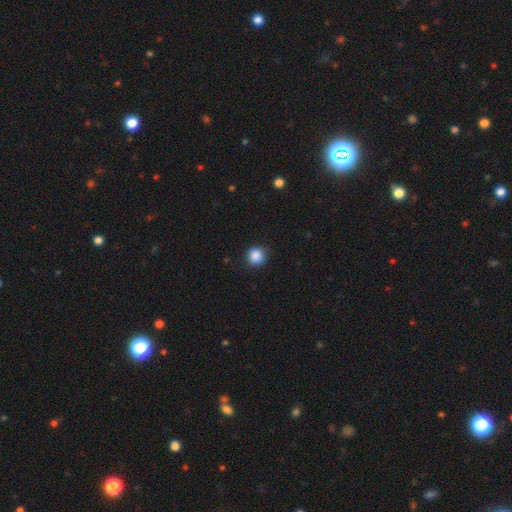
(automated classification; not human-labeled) Overall: smooth (88%). How rounded: round (93%). Merging: none (90%).